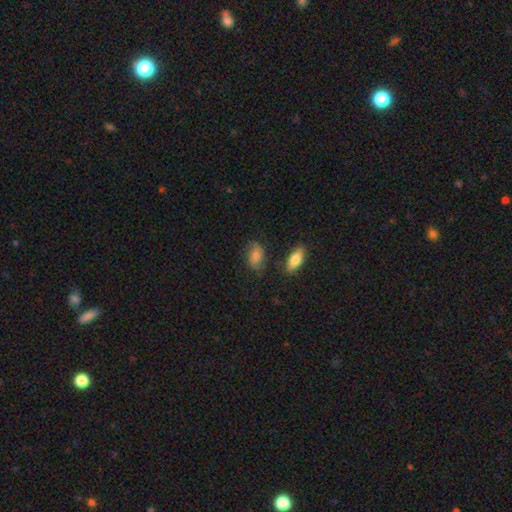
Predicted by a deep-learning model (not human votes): Smooth or featured? smooth (69%)
How rounded? in between (85%)
Merging? none (68%)